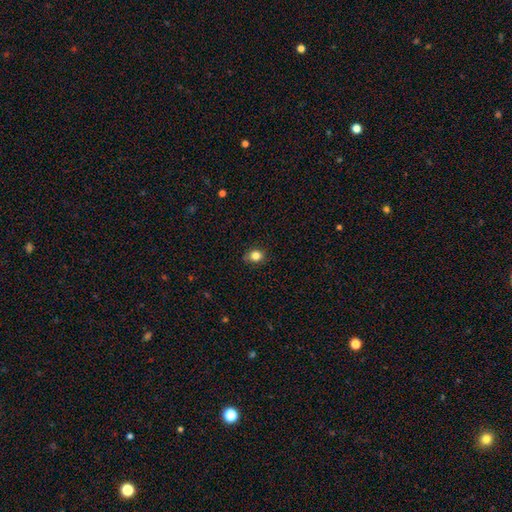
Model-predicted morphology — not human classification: smooth_or_featured: smooth (p=0.83) [alt: star or artifact p=0.12]
how_rounded: round (p=0.68) [alt: in between p=0.31]
merging: none (p=0.80) [alt: minor disturbance p=0.16]